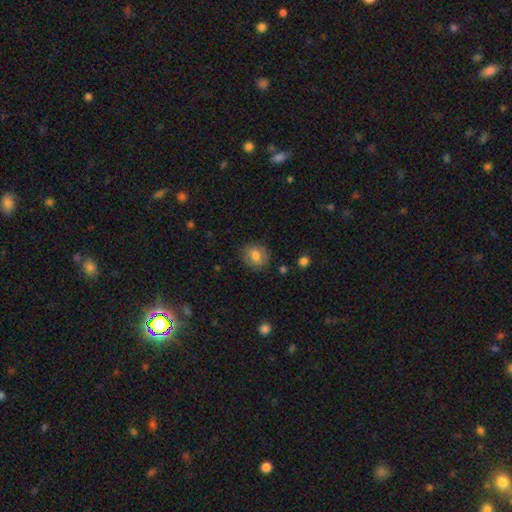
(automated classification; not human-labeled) Overall: smooth (73%). How rounded: round (72%). Merging: none (81%).